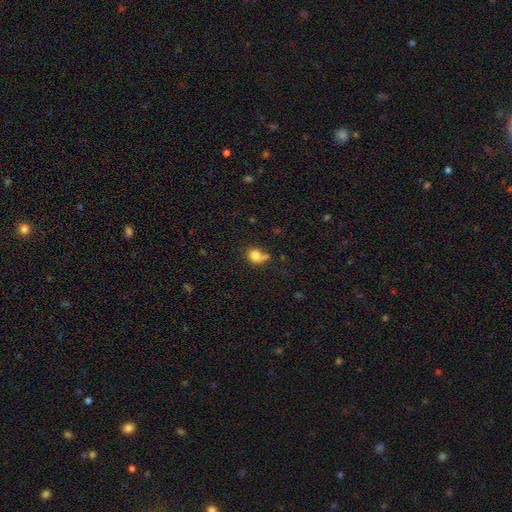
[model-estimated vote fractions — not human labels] Morphology: type=smooth (79%); roundness=round (63%); merging=none (44%).